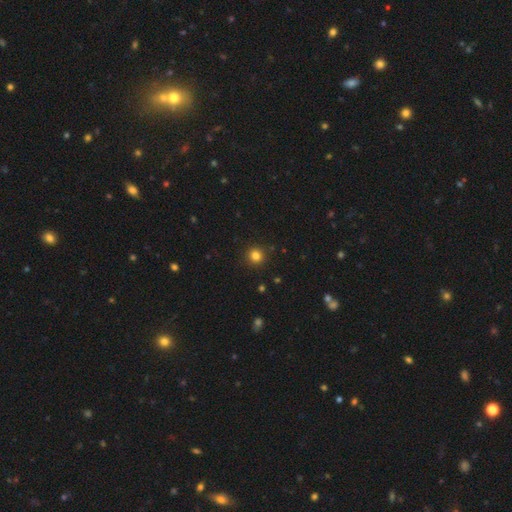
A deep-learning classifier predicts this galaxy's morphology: Q: Smooth or featured?
A: smooth (82%); runner-up: star or artifact (13%)
Q: How rounded?
A: round (94%); runner-up: in between (5%)
Q: Merging?
A: none (91%); runner-up: minor disturbance (5%)